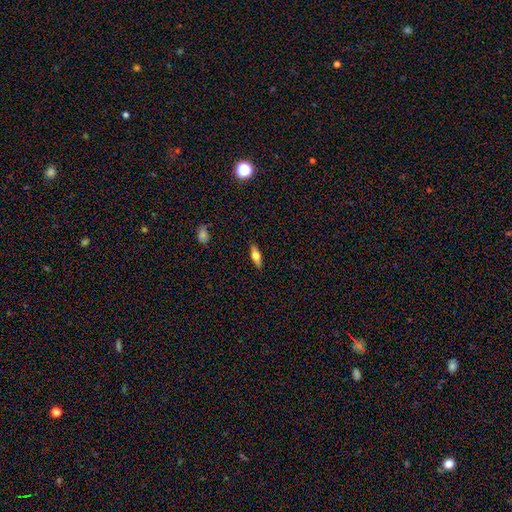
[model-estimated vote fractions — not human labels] This appears to be a smooth galaxy with no disk features (52%) that is in between round and cigar-shaped (57%). Merging: none (88%).